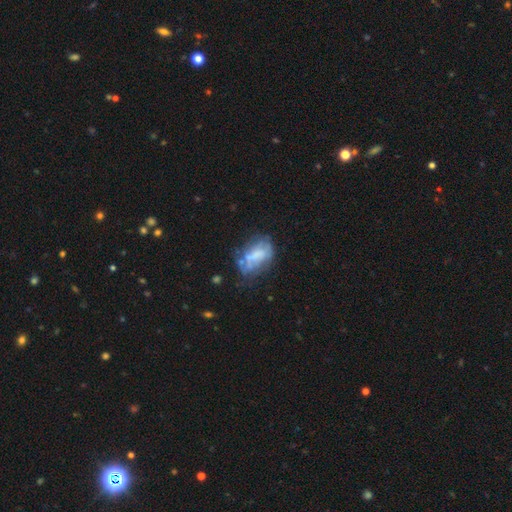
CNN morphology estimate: Smooth or featured?
  - featured or disk: 49% *
  - smooth: 40%
  - star or artifact: 10%
Merging?
  - none: 40% *
  - minor disturbance: 27%
  - major disturbance: 23%
  - merger: 10%